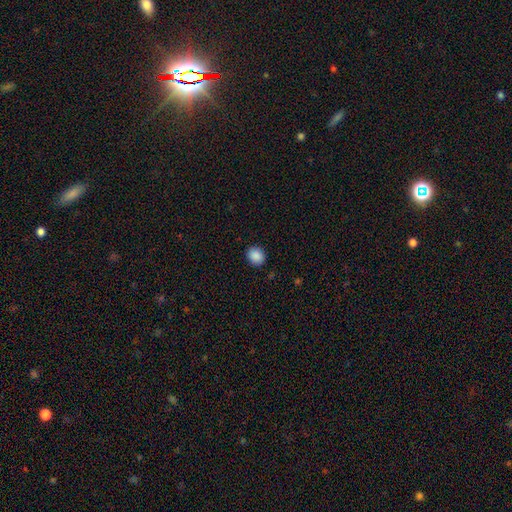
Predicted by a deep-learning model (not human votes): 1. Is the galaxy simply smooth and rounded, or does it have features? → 89% smooth, 8% star or artifact, 3% featured or disk.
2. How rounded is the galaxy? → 63% round, 36% in between, 1% cigar-shaped.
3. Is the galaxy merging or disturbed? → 90% none, 7% minor disturbance, 2% major disturbance, 1% merger.